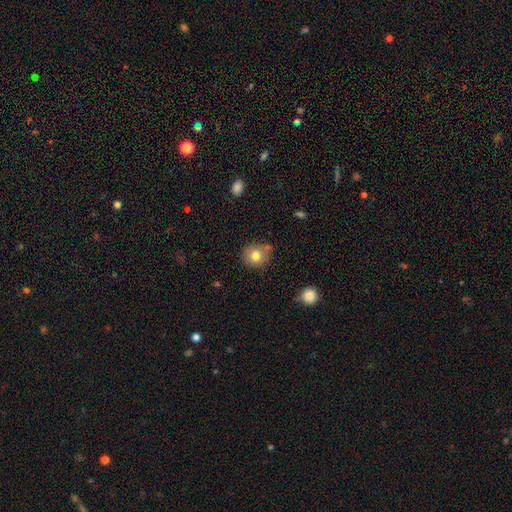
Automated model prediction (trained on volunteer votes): A smooth galaxy with no disk features (77%) that is round (86%). Merging: none (76%).